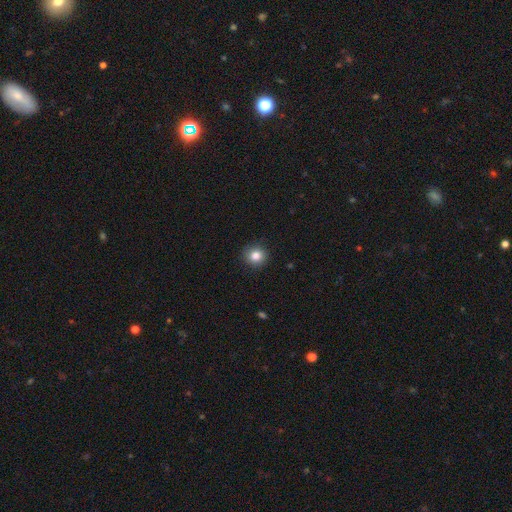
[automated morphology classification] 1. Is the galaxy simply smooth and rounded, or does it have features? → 84% smooth, 10% star or artifact, 6% featured or disk.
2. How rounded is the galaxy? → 89% round, 10% in between, 1% cigar-shaped.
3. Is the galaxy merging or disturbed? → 89% none, 8% minor disturbance, 2% major disturbance, 1% merger.